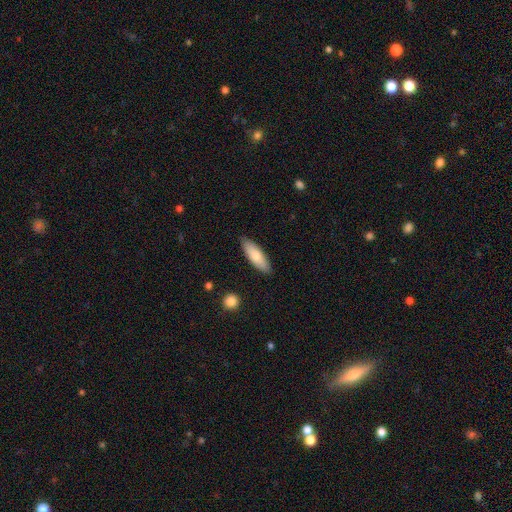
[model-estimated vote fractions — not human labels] The model was most divided on "how rounded": in between: 56%, cigar-shaped: 42%, round: 2%. More confident: merging — none (87%); smooth or featured — smooth (75%).